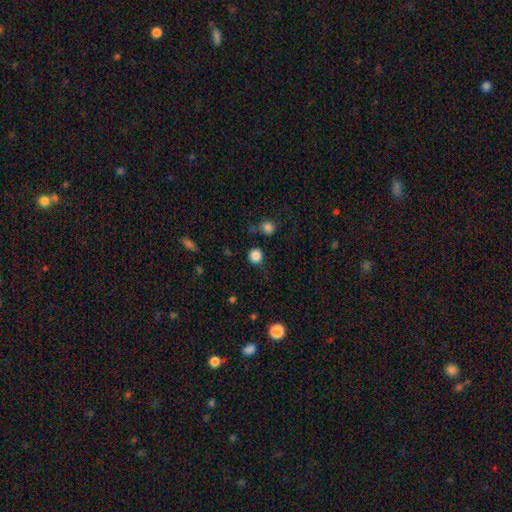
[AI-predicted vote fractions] smooth_or_featured: smooth (p=0.85) [alt: star or artifact p=0.12]
how_rounded: round (p=0.93) [alt: in between p=0.06]
merging: none (p=0.85) [alt: minor disturbance p=0.08]